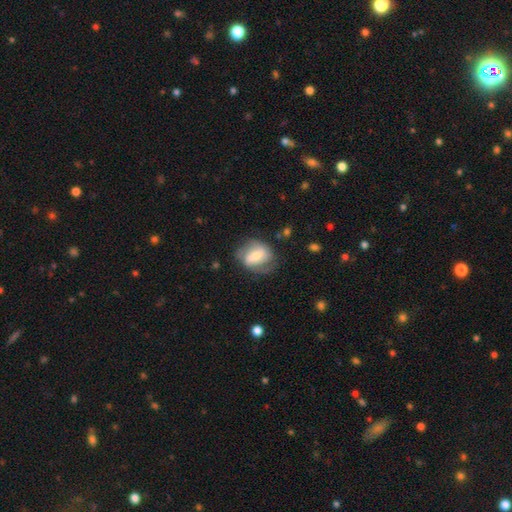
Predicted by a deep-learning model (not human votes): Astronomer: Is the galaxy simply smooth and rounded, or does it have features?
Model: featured or disk — 61%.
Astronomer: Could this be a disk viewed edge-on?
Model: no — 96%.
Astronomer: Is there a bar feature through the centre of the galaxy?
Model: weak — 39% (runner-up: strong, 37%).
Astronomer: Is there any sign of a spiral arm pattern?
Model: yes — 82%.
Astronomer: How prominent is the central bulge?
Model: moderate — 48% (runner-up: small, 39%).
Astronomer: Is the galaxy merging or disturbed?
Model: none — 62%.